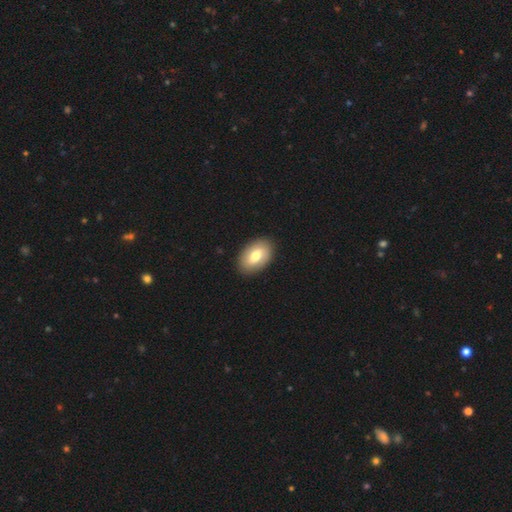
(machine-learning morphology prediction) Q: Smooth or featured?
A: smooth (71%); runner-up: featured or disk (23%)
Q: How rounded?
A: in between (92%); runner-up: round (7%)
Q: Merging?
A: none (89%); runner-up: minor disturbance (8%)